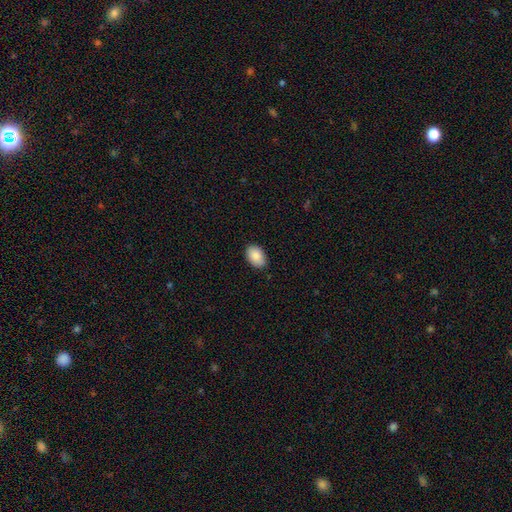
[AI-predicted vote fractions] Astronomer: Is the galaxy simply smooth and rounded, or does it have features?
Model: smooth — 88%.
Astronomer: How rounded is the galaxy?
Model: in between — 89%.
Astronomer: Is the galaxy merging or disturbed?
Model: none — 86%.